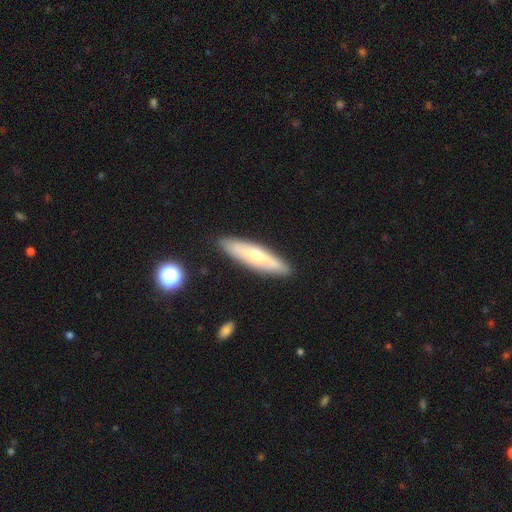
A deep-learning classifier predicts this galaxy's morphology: The model was most divided on "smooth or featured": smooth: 51%, featured or disk: 43%, star or artifact: 6%. More confident: merging — none (88%); how rounded — cigar-shaped (71%).